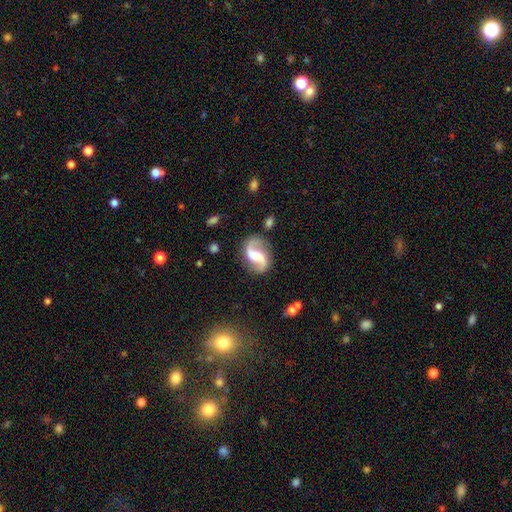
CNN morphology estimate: type=featured or disk (88%); edge-on=no (98%); bar=weak (42%); spiral arms=yes (97%); winding=loose (61%); arm count=2 (94%); bulge=moderate (32%); merging=none (79%).